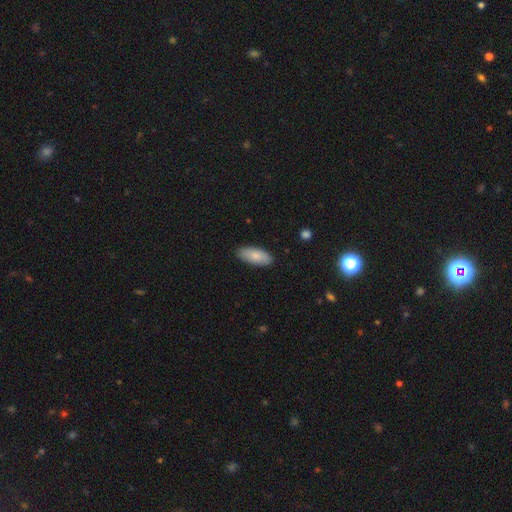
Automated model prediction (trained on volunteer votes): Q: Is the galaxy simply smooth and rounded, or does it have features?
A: smooth — 84%.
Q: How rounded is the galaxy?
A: in between — 84%.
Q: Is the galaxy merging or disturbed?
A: none — 87%.